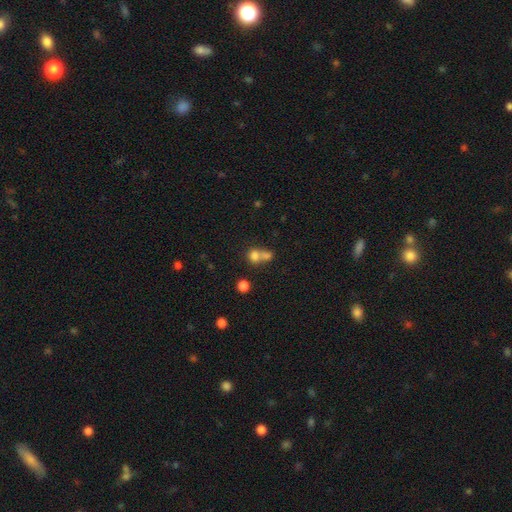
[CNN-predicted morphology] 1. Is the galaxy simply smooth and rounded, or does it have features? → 73% smooth, 15% star or artifact, 13% featured or disk.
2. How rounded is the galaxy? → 76% round, 23% in between, 1% cigar-shaped.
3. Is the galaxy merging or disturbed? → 57% merger, 33% none, 6% minor disturbance, 4% major disturbance.